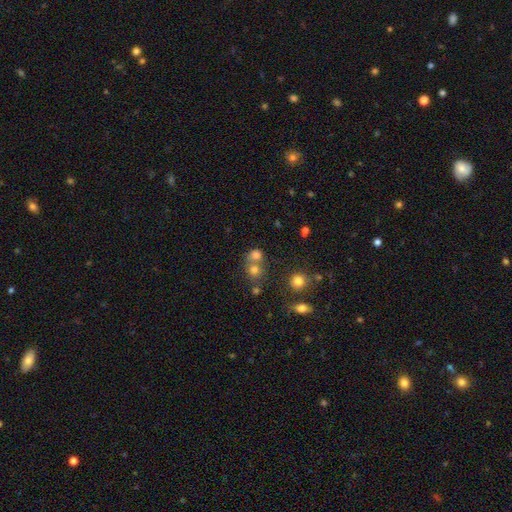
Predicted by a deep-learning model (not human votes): Q: Smooth or featured?
A: smooth (72%); runner-up: star or artifact (16%)
Q: How rounded?
A: round (71%); runner-up: in between (28%)
Q: Merging?
A: merger (46%); runner-up: none (41%)